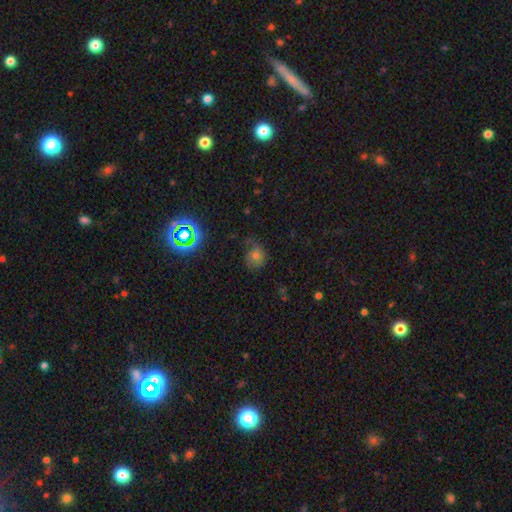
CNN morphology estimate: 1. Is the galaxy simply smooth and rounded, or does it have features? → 58% smooth, 24% featured or disk, 18% star or artifact.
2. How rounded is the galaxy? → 73% round, 26% in between, 1% cigar-shaped.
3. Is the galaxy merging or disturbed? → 48% none, 30% minor disturbance, 19% major disturbance, 3% merger.